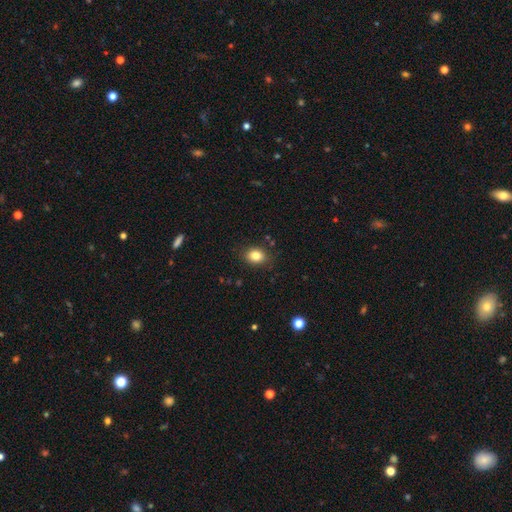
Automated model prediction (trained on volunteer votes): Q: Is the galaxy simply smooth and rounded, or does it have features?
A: smooth — 83%.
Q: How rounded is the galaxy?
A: in between — 56%.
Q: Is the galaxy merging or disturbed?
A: none — 86%.